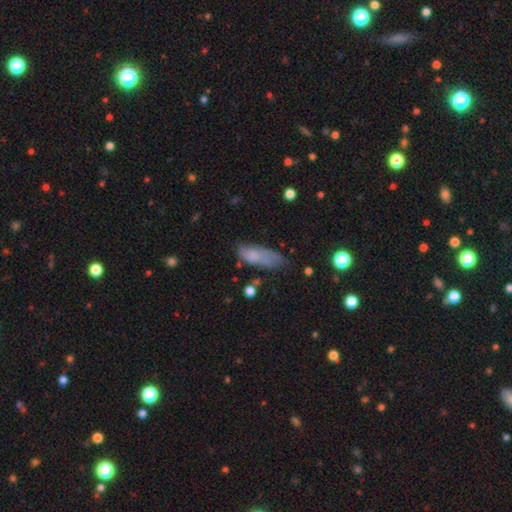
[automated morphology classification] This appears to be a smooth galaxy with no disk features (70%) that is in between round and cigar-shaped (67%). Merging: none (47%).